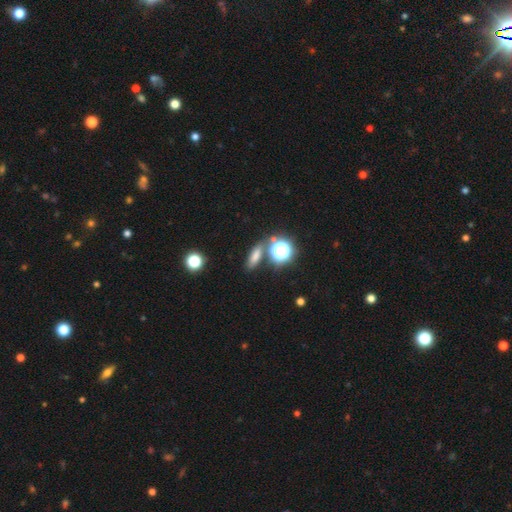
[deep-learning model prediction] The model was most divided on "how rounded": in between: 49%, cigar-shaped: 29%, round: 22%. More confident: merging — none (73%); smooth or featured — smooth (64%).